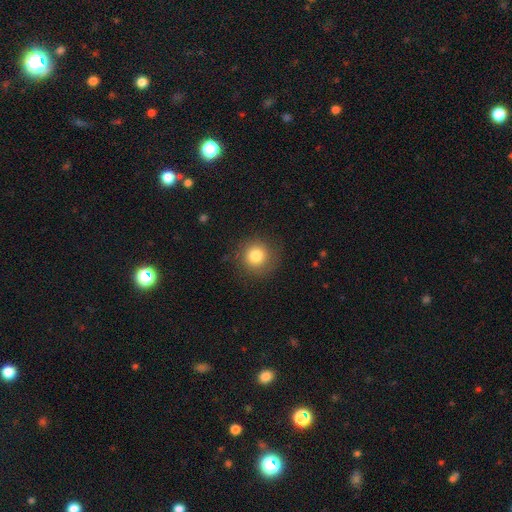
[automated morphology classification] Smooth or featured?
  - smooth: 81% *
  - star or artifact: 11%
  - featured or disk: 8%
How rounded?
  - round: 94% *
  - in between: 5%
  - cigar-shaped: 1%
Merging?
  - none: 86% *
  - minor disturbance: 9%
  - major disturbance: 4%
  - merger: 1%